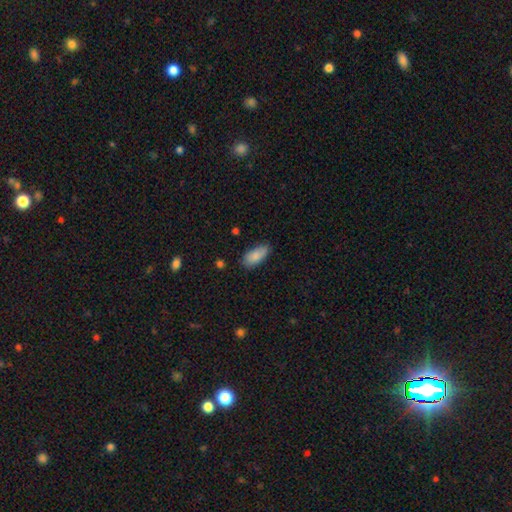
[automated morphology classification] Smooth or featured? smooth (86%)
How rounded? in between (88%)
Merging? none (77%)